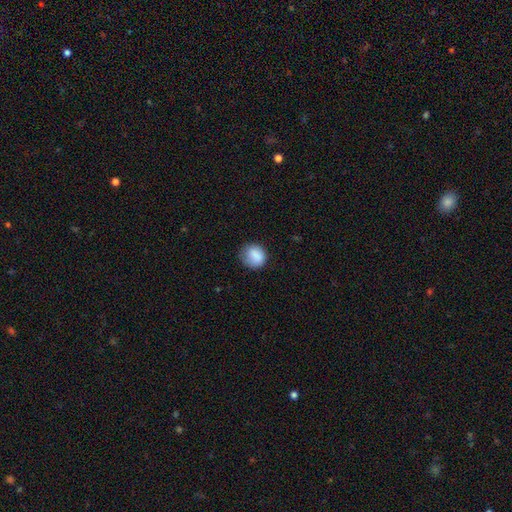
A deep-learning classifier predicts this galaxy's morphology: A smooth galaxy with no disk features (85%) that is round (79%). Merging: none (69%).